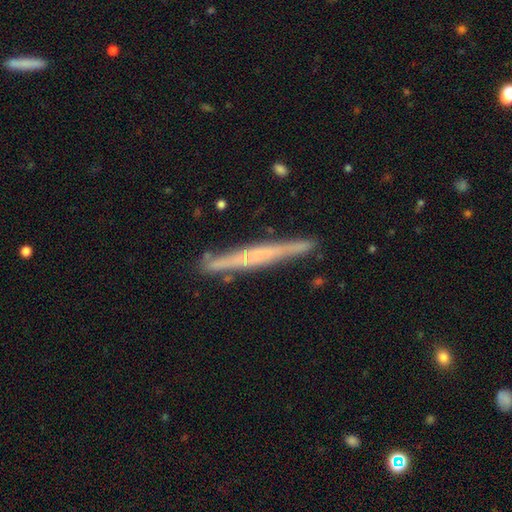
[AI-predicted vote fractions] Smooth or featured?
  - featured or disk: 62% *
  - smooth: 32%
  - star or artifact: 6%
Edge-on disk?
  - yes: 96% *
  - no: 4%
Edge-on bulge?
  - none: 69% *
  - rounded: 20%
  - boxy: 11%
Merging?
  - none: 87% *
  - minor disturbance: 10%
  - merger: 2%
  - major disturbance: 2%